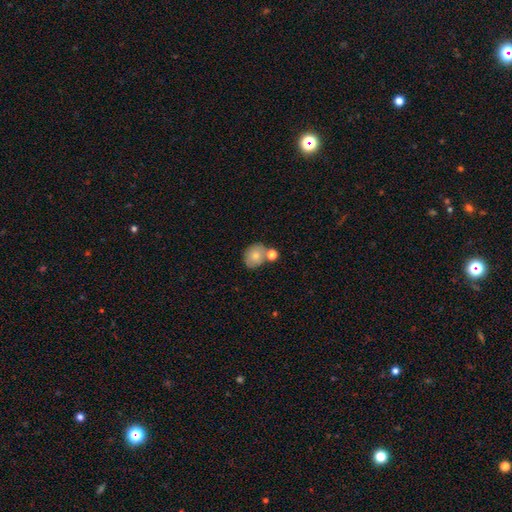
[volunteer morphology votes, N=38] Smooth or featured?
  - smooth: 74% *
  - featured or disk: 21%
  - star or artifact: 5%
How rounded?
  - round: 79% *
  - in between: 21%
  - cigar-shaped: 0%
Merging?
  - none: 53% *
  - merger: 36%
  - minor disturbance: 6%
  - major disturbance: 6%